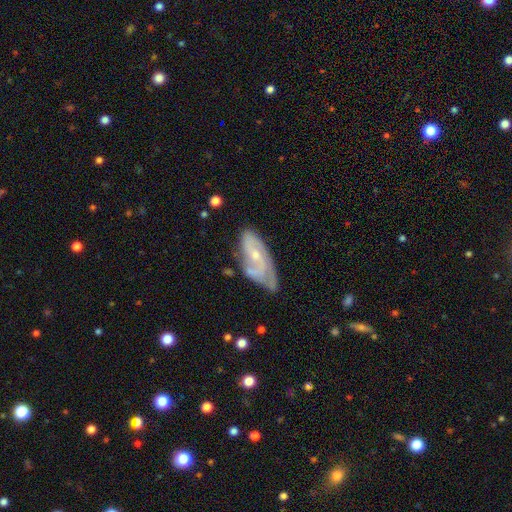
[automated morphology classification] This appears to be a featured or disk galaxy (76%) with no bar (59%), 2 (54%) medium (44%) spiral arms (91%) and a small central bulge (63%). Merging: none (50%).